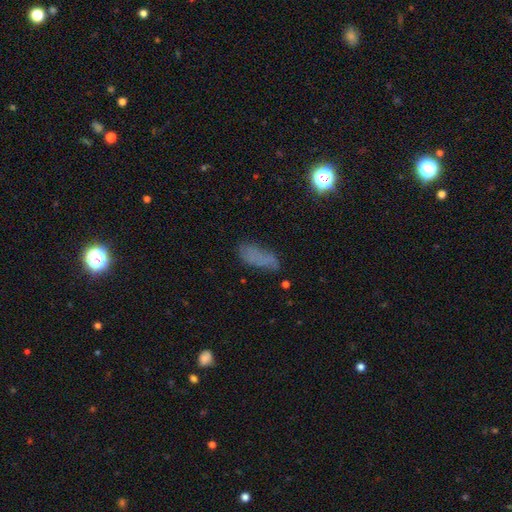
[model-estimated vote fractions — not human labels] This is likely a smooth galaxy (63%). How rounded: likely in between (64%). Merging: possibly none (58%).